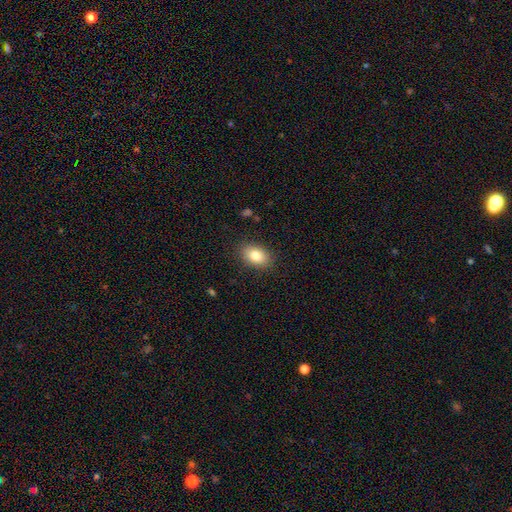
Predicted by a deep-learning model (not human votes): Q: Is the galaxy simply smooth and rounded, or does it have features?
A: smooth — 82%.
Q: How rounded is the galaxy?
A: in between — 80%.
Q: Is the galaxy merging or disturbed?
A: none — 87%.